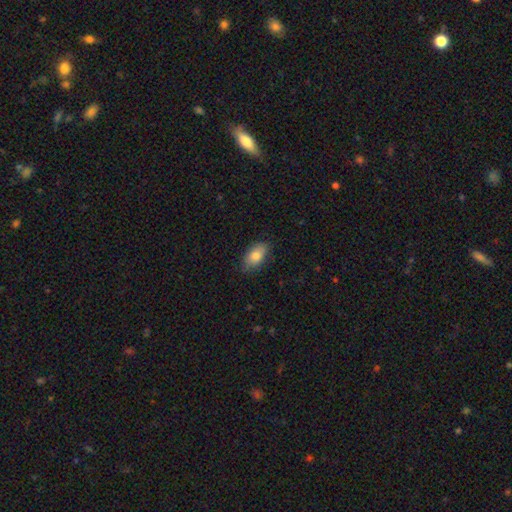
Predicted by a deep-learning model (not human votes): Morphology: type=smooth (82%); roundness=in between (92%); merging=none (80%).